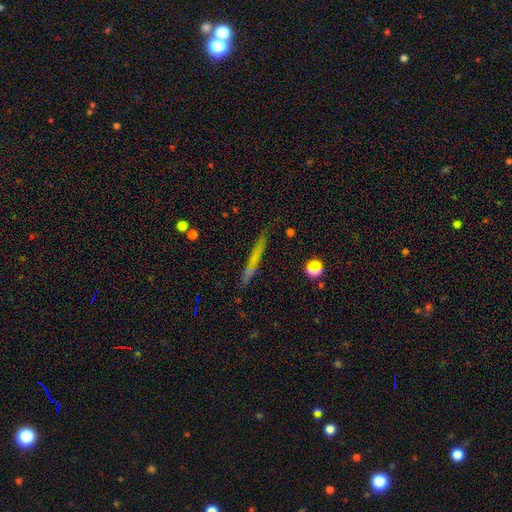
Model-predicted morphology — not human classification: A smooth galaxy with no disk features (49%).

Vote fractions:
- Smooth or featured? smooth: 49% / featured or disk: 41% / star or artifact: 11%
- Merging? none: 83% / minor disturbance: 11% / major disturbance: 3% / merger: 3%